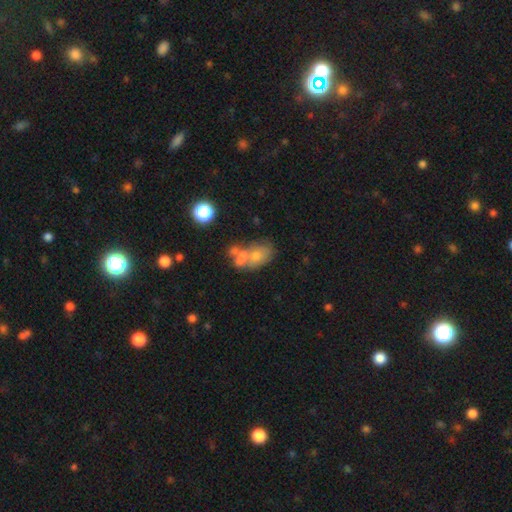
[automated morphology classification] Smooth or featured: smooth — 52% (featured or disk — 33%)
How rounded: in between — 73% (round — 25%)
Merging: merger — 45% (none — 32%)